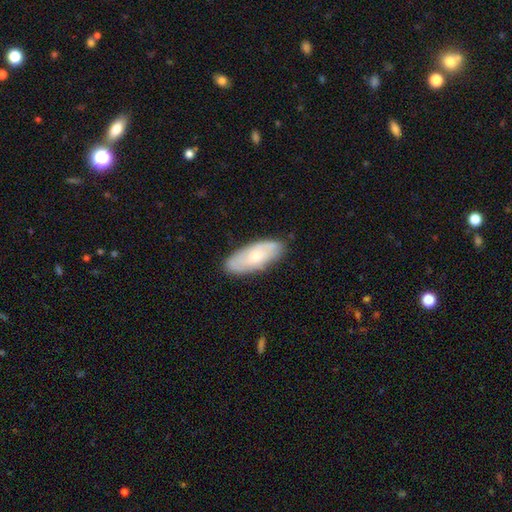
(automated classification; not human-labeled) Smooth or featured? Predicted: smooth (p=0.54). How rounded? Predicted: in between (p=0.78). Merging? Predicted: none (p=0.81).